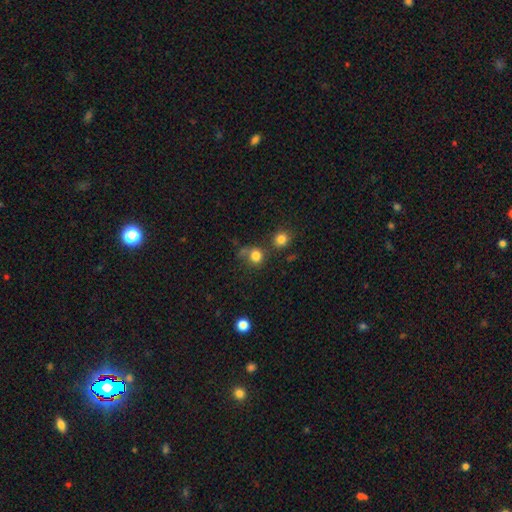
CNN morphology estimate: The model was most divided on "merging": none: 56%, merger: 17%, minor disturbance: 16%, major disturbance: 11%. More confident: how rounded — round (83%); smooth or featured — smooth (80%).